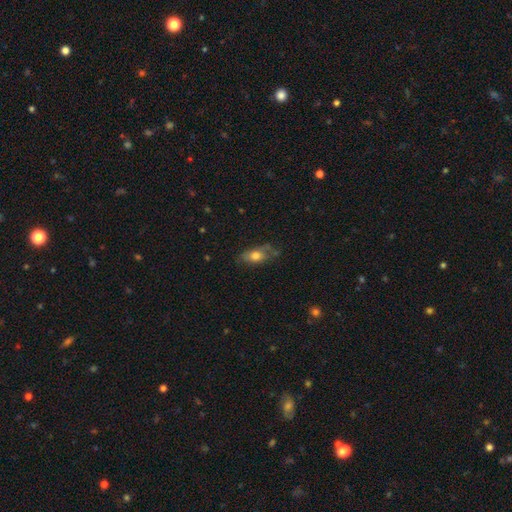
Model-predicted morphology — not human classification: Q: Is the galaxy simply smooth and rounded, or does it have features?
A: smooth — 69%.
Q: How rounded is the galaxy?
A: in between — 80%.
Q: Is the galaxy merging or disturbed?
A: none — 57%.